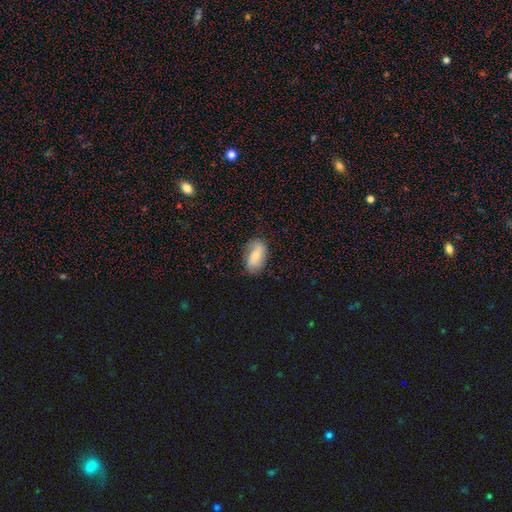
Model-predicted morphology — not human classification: smooth_or_featured: smooth (p=0.56) [alt: featured or disk p=0.36]
how_rounded: in between (p=0.90) [alt: round p=0.07]
merging: none (p=0.79) [alt: minor disturbance p=0.16]